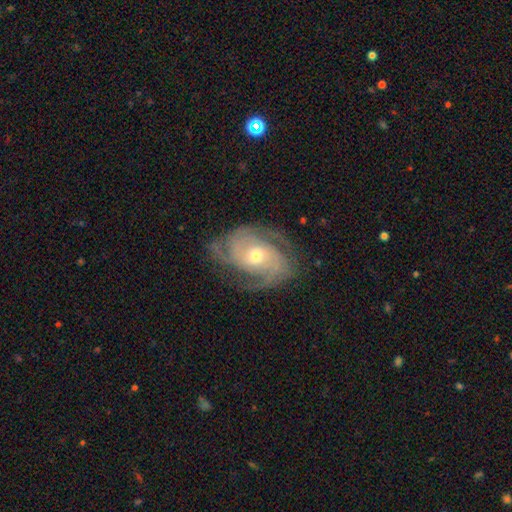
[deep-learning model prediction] This appears to be a featured or disk galaxy (88%) with no bar (66%), 3 (43%) tight (52%) spiral arms (97%) and a moderate central bulge (62%). Merging: none (74%).